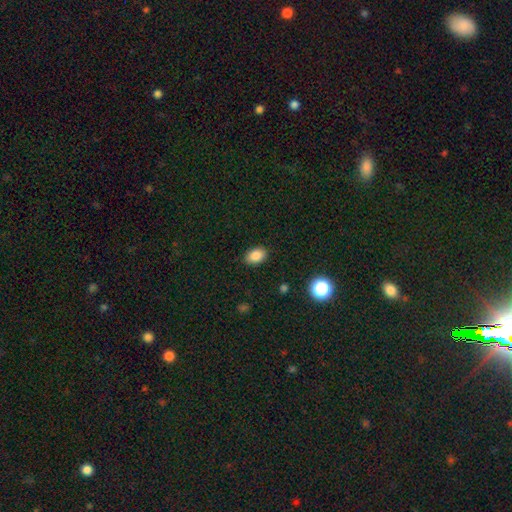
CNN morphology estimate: Smooth or featured: smooth — 86% (star or artifact — 9%)
How rounded: in between — 84% (round — 15%)
Merging: none — 87% (minor disturbance — 9%)